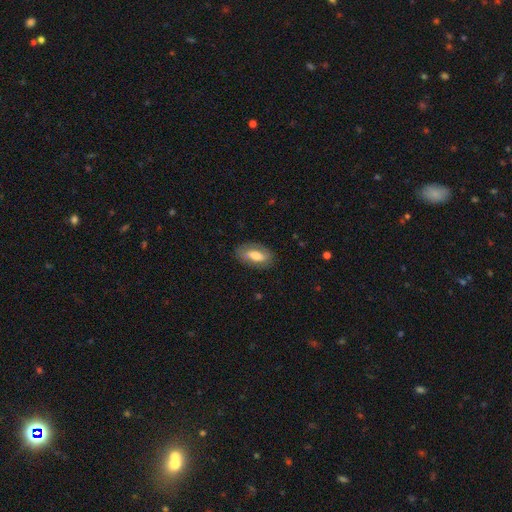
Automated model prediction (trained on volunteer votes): Overall: smooth (56%; featured or disk 37%). How rounded: in between (89%). Merging: none (78%).